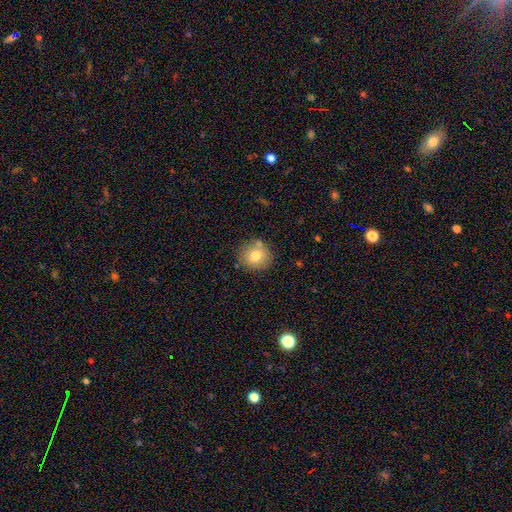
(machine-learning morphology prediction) A smooth galaxy with no disk features (77%) that is round (88%).

Vote fractions:
- Smooth or featured? smooth: 77% / featured or disk: 13% / star or artifact: 11%
- How rounded? round: 88% / in between: 11% / cigar-shaped: 1%
- Merging? none: 78% / minor disturbance: 12% / merger: 7% / major disturbance: 3%